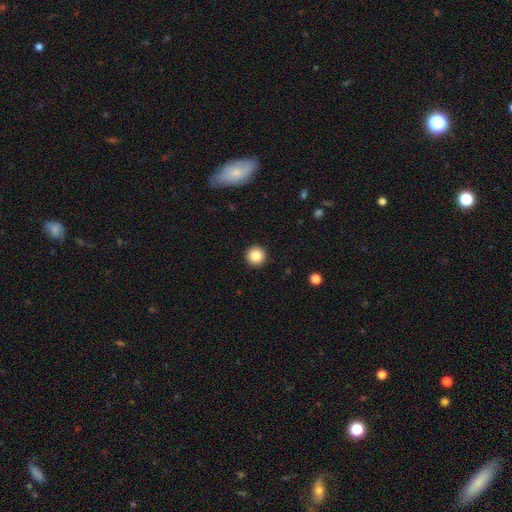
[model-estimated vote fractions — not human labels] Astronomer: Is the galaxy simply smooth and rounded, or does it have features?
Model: smooth — 86%.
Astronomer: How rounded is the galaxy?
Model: round — 96%.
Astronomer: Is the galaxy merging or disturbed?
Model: none — 93%.